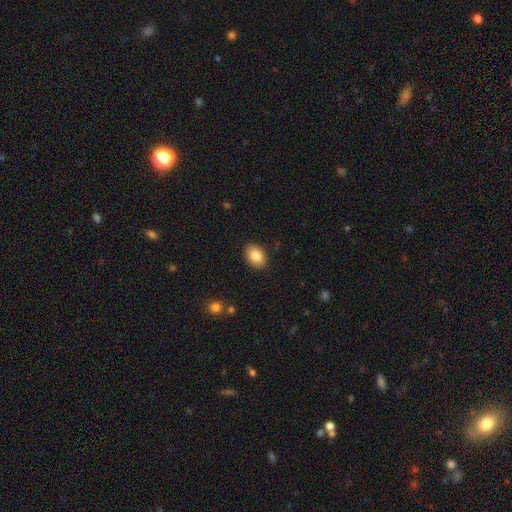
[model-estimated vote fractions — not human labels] smooth_or_featured: smooth (p=0.85) [alt: star or artifact p=0.08]
how_rounded: in between (p=0.80) [alt: round p=0.19]
merging: none (p=0.89) [alt: minor disturbance p=0.08]